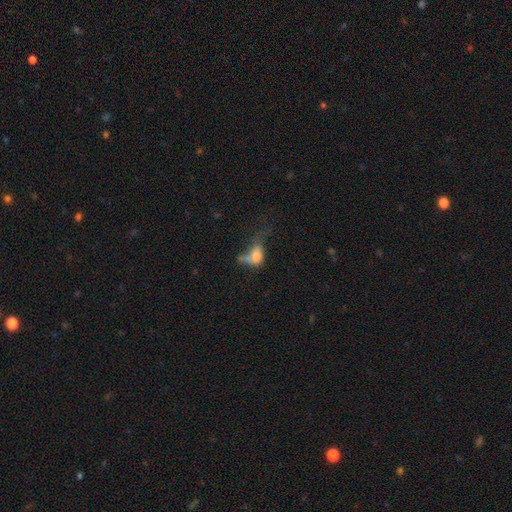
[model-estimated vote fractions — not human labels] smooth 64%, featured or disk 24%, star or artifact 12%. Down the decision tree: how rounded — in between (76%); merging — major disturbance (36%).